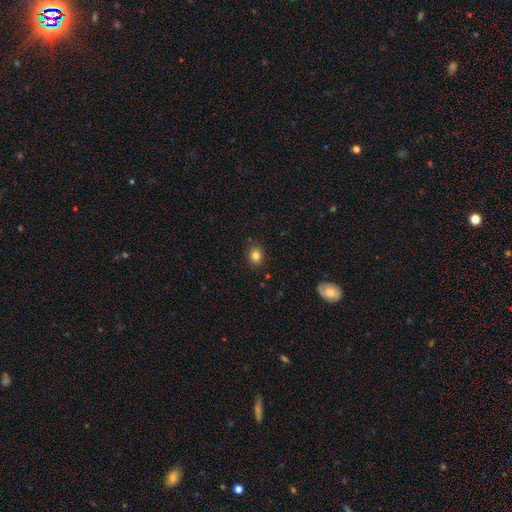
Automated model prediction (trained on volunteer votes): Morphology: type=smooth (82%); roundness=round (66%); merging=none (88%).